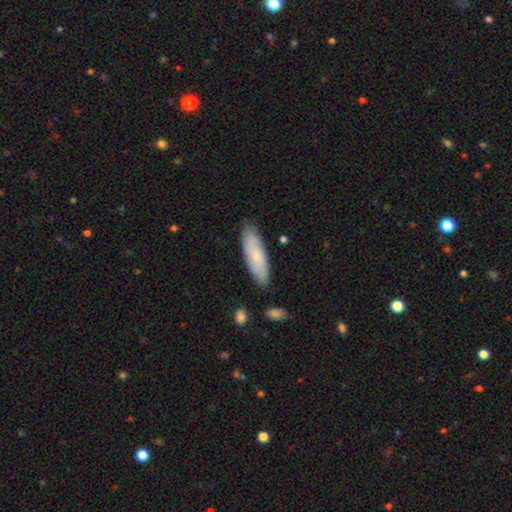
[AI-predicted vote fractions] The model was most divided on "how rounded": cigar-shaped: 51%, in between: 47%, round: 2%. More confident: merging — none (82%); smooth or featured — smooth (72%).